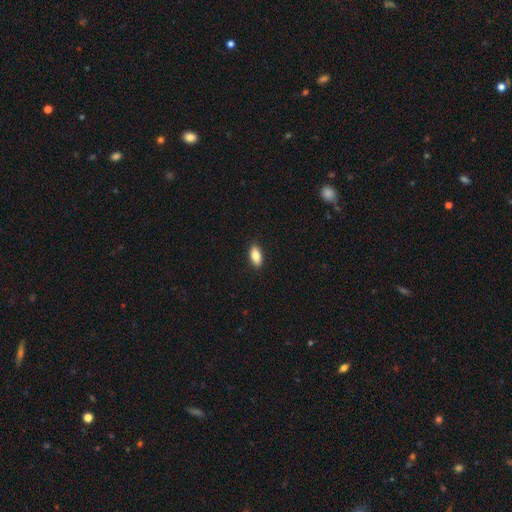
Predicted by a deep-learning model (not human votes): The model was most divided on "smooth or featured": smooth: 82%, featured or disk: 11%, star or artifact: 7%. More confident: merging — none (90%); how rounded — in between (87%).